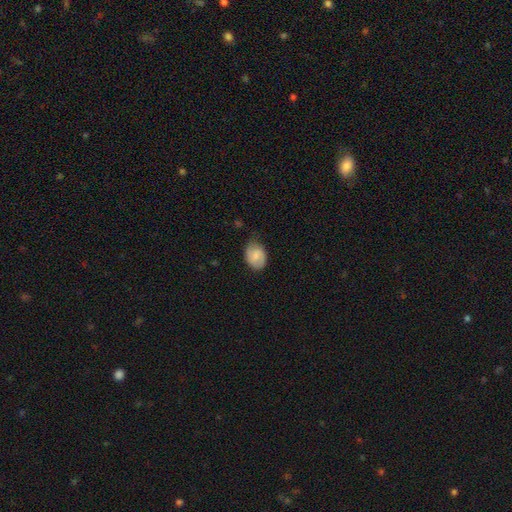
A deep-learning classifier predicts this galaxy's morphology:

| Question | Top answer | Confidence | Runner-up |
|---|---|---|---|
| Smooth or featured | smooth | 64% | featured or disk (29%) |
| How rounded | in between | 65% | round (34%) |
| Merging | none | 61% | minor disturbance (31%) |